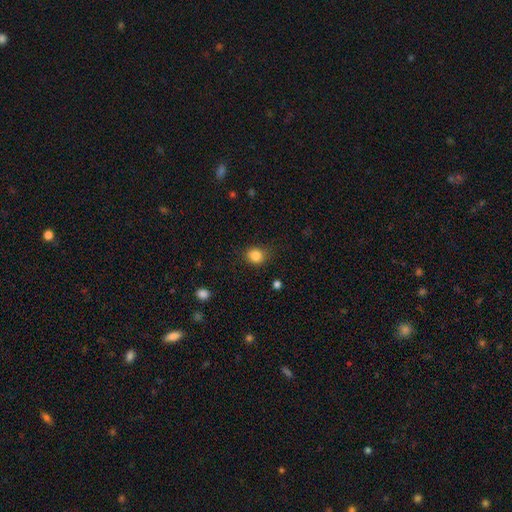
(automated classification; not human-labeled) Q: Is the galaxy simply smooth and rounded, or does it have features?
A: smooth — 85%.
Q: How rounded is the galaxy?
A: round — 73%.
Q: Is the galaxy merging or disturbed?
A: none — 81%.